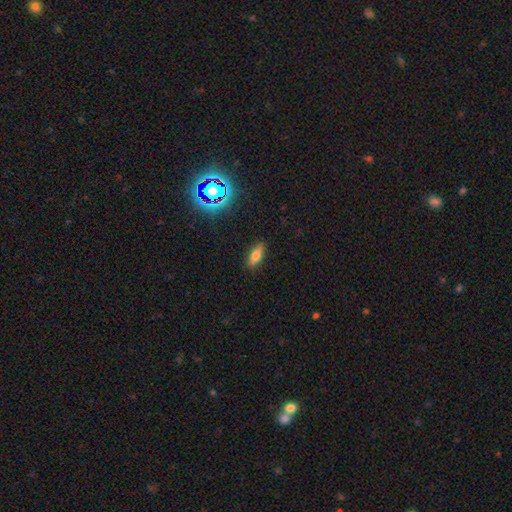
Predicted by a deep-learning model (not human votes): Smooth or featured? Predicted: smooth (p=0.72). How rounded? Predicted: in between (p=0.74). Merging? Predicted: none (p=0.86).